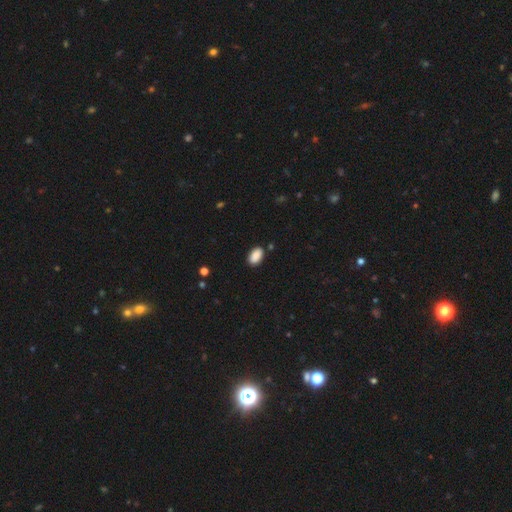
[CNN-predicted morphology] smooth 89%, star or artifact 8%, featured or disk 3%. Down the decision tree: how rounded — in between (92%); merging — none (85%).